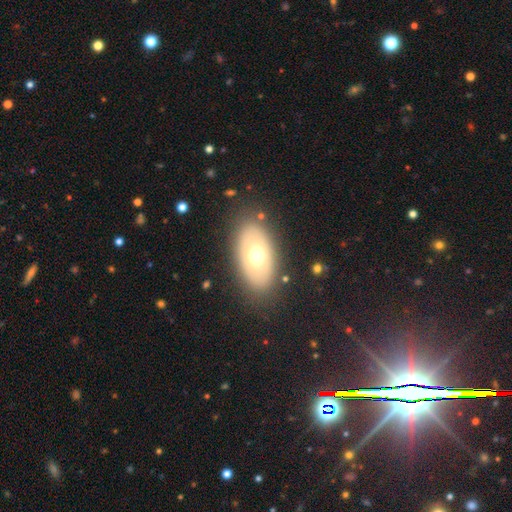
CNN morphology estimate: The model was most divided on "smooth or featured": smooth: 61%, featured or disk: 31%, star or artifact: 8%. More confident: how rounded — in between (92%); merging — none (85%).